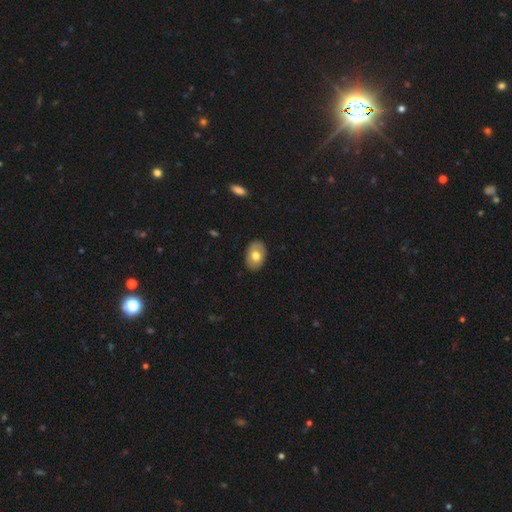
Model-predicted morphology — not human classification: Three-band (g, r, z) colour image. It shows a smooth galaxy with no disk features (70%) that is in between round and cigar-shaped (86%). Merging: none (87%).